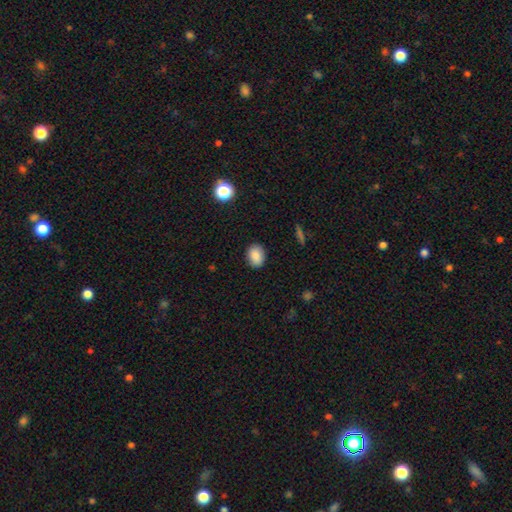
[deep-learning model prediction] Morphology: type=smooth (86%); roundness=in between (64%); merging=none (87%).